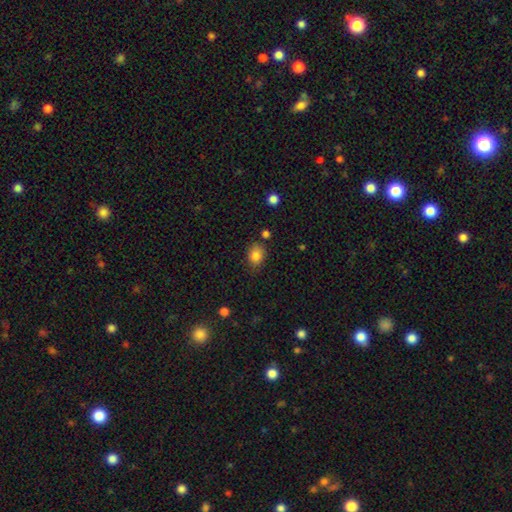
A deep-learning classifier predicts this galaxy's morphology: The model was most divided on "how rounded": in between: 55%, round: 44%, cigar-shaped: 1%. More confident: smooth or featured — smooth (84%); merging — none (74%).